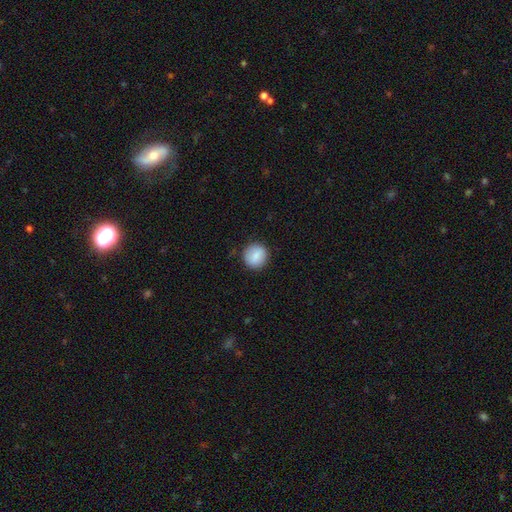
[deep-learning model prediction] A smooth galaxy with no disk features (85%) that is round (91%). Merging: none (88%).